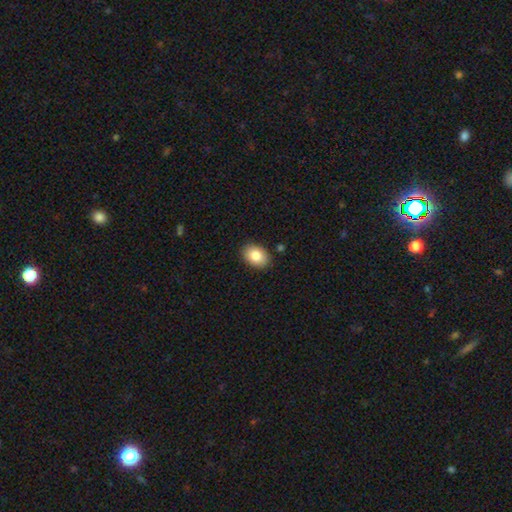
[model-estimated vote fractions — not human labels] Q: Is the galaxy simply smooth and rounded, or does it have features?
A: smooth — 86%.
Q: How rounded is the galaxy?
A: in between — 80%.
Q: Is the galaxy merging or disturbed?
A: none — 88%.